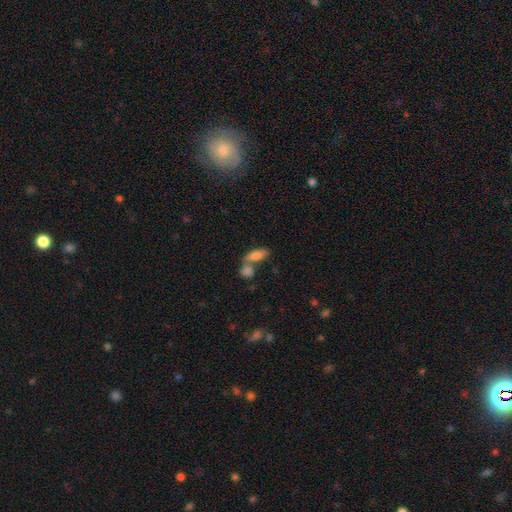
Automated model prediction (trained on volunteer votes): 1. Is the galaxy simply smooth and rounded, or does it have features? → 77% smooth, 15% featured or disk, 8% star or artifact.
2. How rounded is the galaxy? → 73% in between, 22% cigar-shaped, 5% round.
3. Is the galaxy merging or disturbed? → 46% merger, 39% none, 10% minor disturbance, 5% major disturbance.